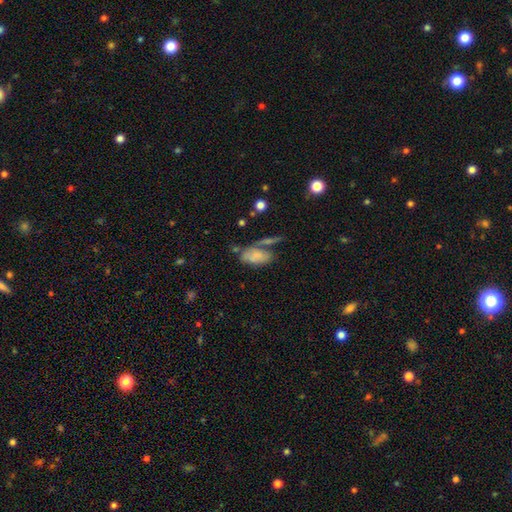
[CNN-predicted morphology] This appears to be a smooth galaxy with no disk features (74%) that is in between round and cigar-shaped (91%). Merging: none (43%).